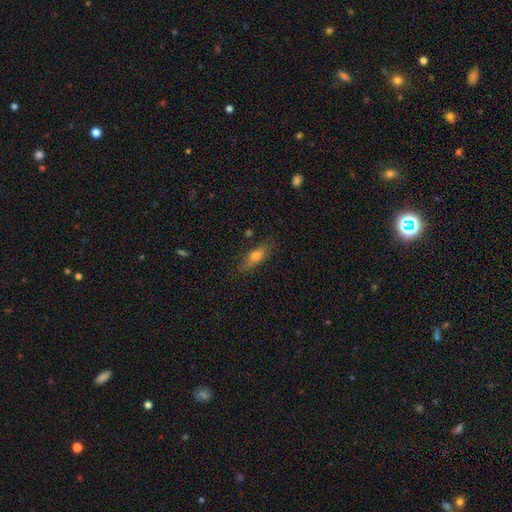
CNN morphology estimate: A smooth galaxy with no disk features (66%) that is in between round and cigar-shaped (56%).

Vote fractions:
- Smooth or featured? smooth: 66% / featured or disk: 26% / star or artifact: 8%
- How rounded? in between: 56% / cigar-shaped: 40% / round: 4%
- Merging? none: 79% / minor disturbance: 16% / major disturbance: 3% / merger: 2%